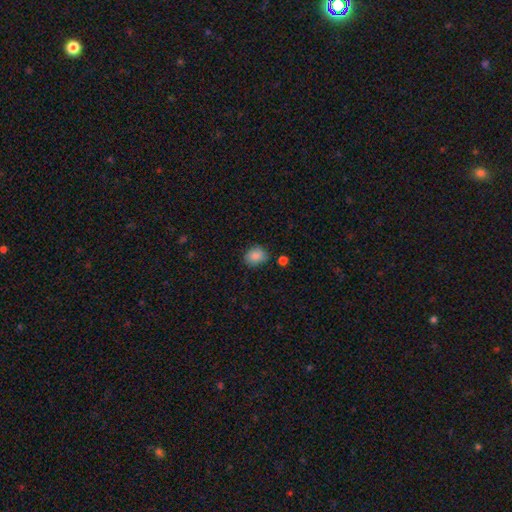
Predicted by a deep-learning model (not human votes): A smooth galaxy with no disk features (86%) that is round (51%). Merging: none (75%).